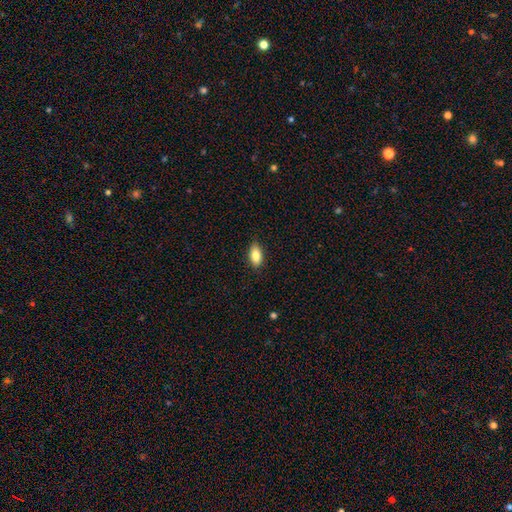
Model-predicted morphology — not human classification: smooth 82%, featured or disk 11%, star or artifact 7%. Down the decision tree: how rounded — in between (89%); merging — none (86%).